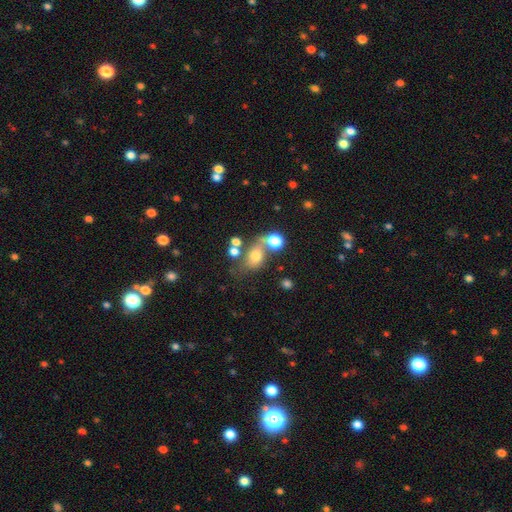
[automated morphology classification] A smooth galaxy with no disk features (66%) that is in between round and cigar-shaped (63%).

Vote fractions:
- Smooth or featured? smooth: 66% / featured or disk: 18% / star or artifact: 16%
- How rounded? in between: 63% / round: 34% / cigar-shaped: 2%
- Merging? none: 42% / merger: 29% / minor disturbance: 16% / major disturbance: 13%